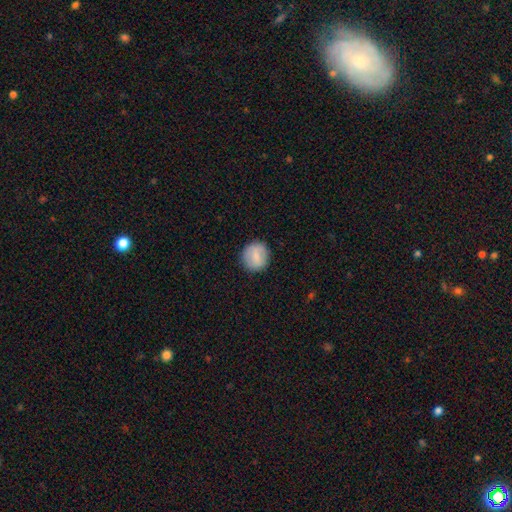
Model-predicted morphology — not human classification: Overall: smooth (72%). How rounded: round (88%). Merging: none (87%).